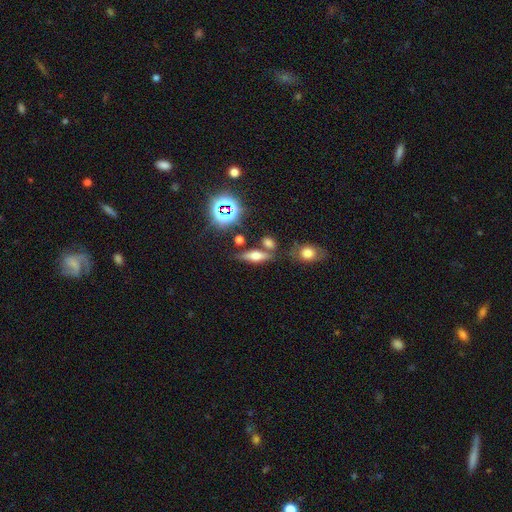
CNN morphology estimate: Smooth or featured? Predicted: smooth (p=0.50). Merging? Predicted: none (p=0.67).